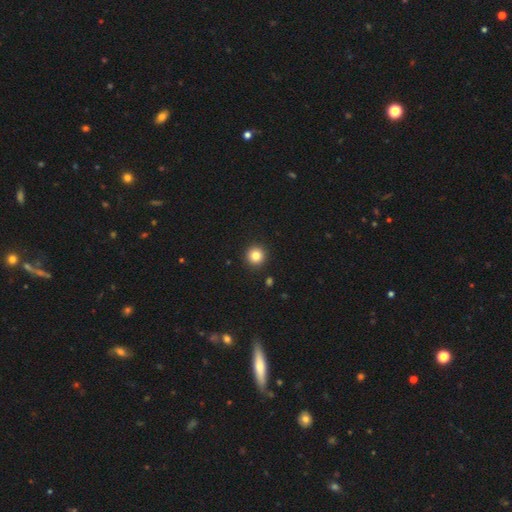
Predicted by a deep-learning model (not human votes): smooth 82%, star or artifact 11%, featured or disk 6%. Down the decision tree: how rounded — round (96%); merging — none (93%).